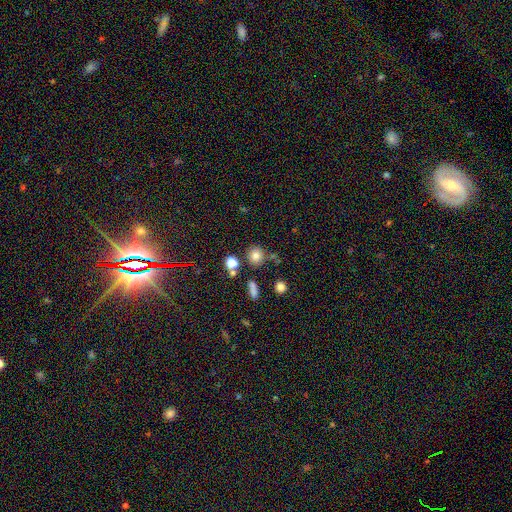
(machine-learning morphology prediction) This is likely a smooth galaxy (77%). How rounded: clearly round (84%). Merging: likely none (74%).